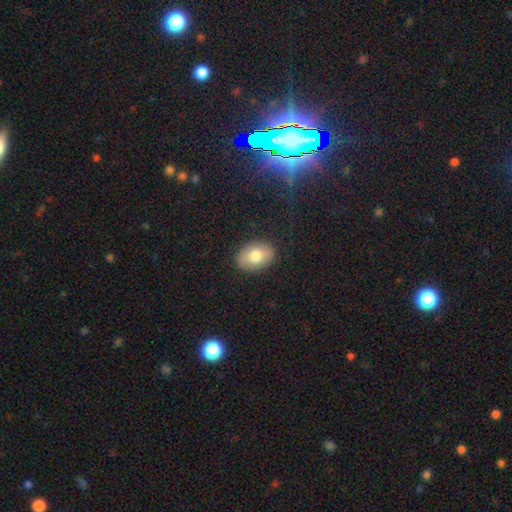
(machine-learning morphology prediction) This is likely a smooth galaxy (77%). How rounded: clearly in between (82%). Merging: clearly none (88%).